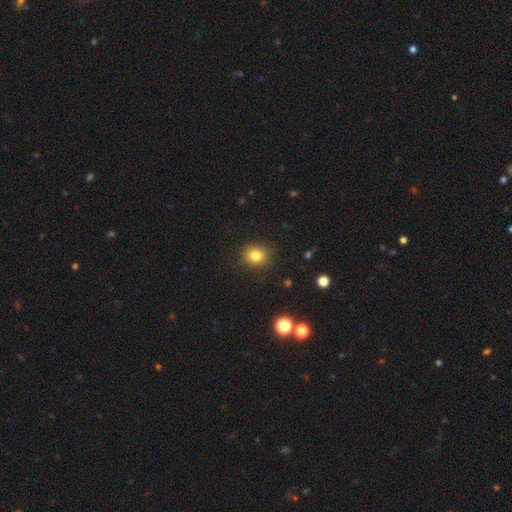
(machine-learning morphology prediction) Smooth or featured? smooth (80%)
How rounded? round (74%)
Merging? none (88%)